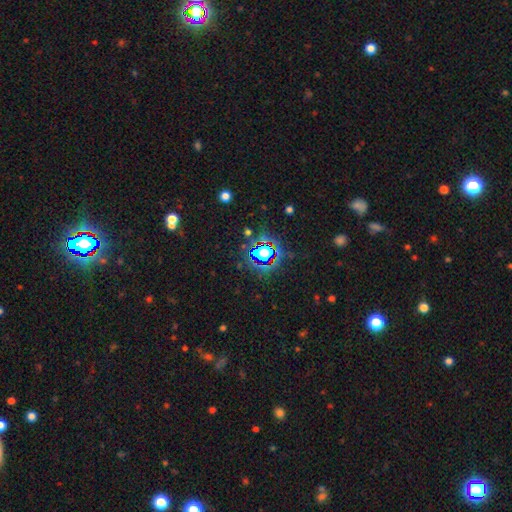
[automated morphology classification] Overall: star or artifact (66%).